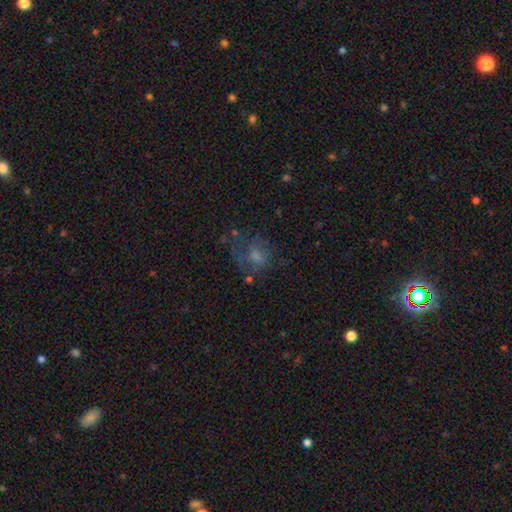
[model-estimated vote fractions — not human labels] The model was most divided on "merging": none: 40%, major disturbance: 33%, minor disturbance: 21%, merger: 6%. Remaining: smooth or featured — smooth (49%).